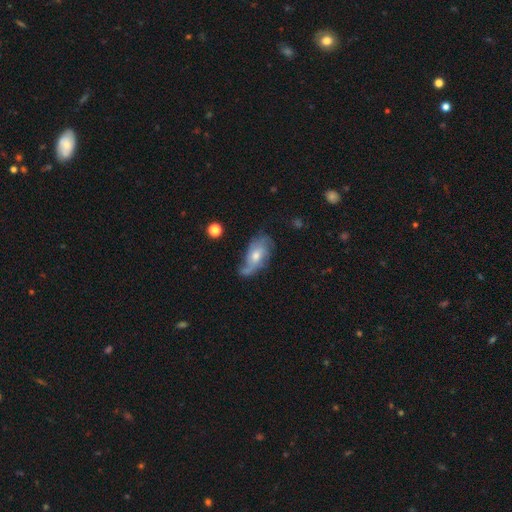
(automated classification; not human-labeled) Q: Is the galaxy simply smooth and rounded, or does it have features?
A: featured or disk — 63%.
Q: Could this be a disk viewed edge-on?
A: no — 91%.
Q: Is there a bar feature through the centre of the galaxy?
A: no — 65%.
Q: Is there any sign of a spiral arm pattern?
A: yes — 80%.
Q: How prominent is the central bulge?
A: moderate — 63%.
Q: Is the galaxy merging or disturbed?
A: none — 50%.